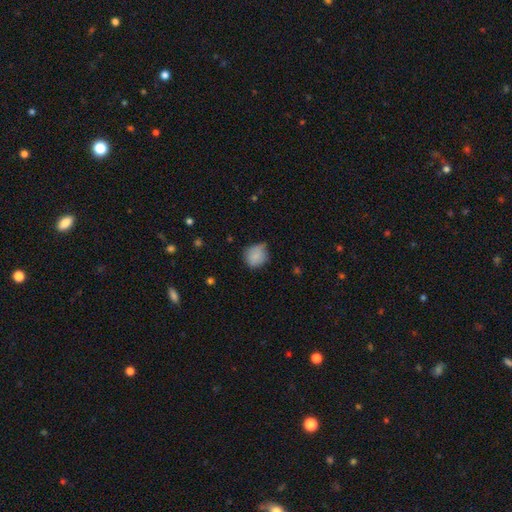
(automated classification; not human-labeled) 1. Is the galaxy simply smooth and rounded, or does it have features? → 83% smooth, 9% star or artifact, 8% featured or disk.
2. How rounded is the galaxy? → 79% round, 20% in between, 1% cigar-shaped.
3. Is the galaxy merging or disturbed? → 56% none, 35% minor disturbance, 6% major disturbance, 2% merger.